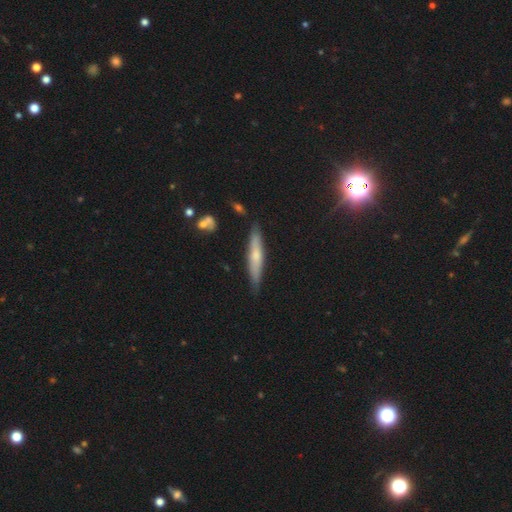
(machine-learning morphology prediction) smooth-or-featured: smooth: 52% | featured or disk: 41% | star or artifact: 7%
  how-rounded: cigar-shaped: 89% | in between: 9% | round: 2%
  merging: none: 83% | minor disturbance: 13% | merger: 2% | major disturbance: 2%